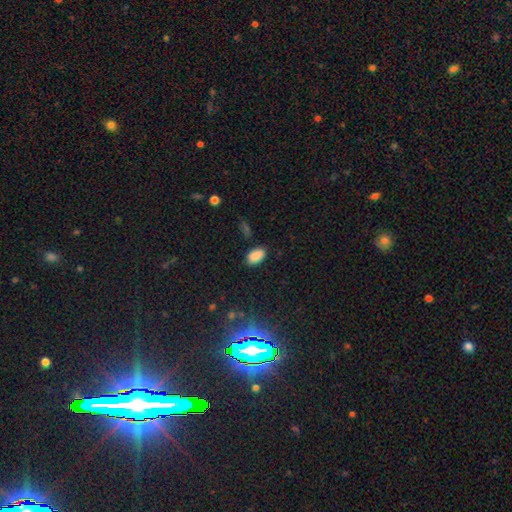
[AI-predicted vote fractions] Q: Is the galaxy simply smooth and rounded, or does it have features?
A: smooth — 87%.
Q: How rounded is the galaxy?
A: in between — 93%.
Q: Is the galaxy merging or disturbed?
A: none — 83%.